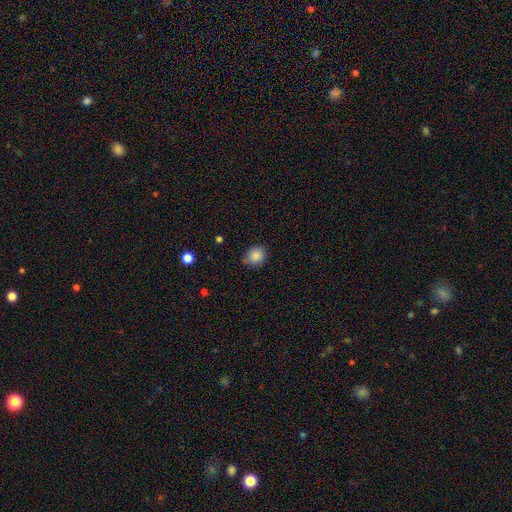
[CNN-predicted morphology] A smooth galaxy with no disk features (86%) that is round (66%). Merging: none (75%).